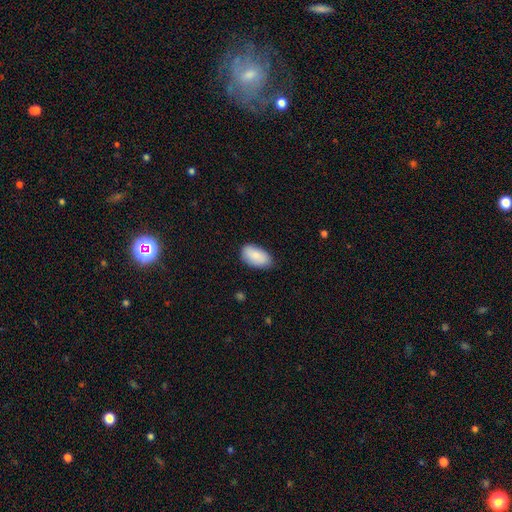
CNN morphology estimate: The model was most divided on "merging": none: 79%, minor disturbance: 17%, major disturbance: 3%, merger: 1%. More confident: how rounded — in between (95%); smooth or featured — smooth (86%).